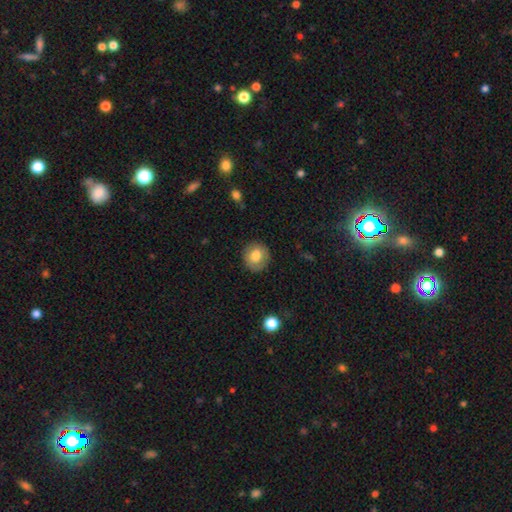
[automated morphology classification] Smooth or featured?
  - smooth: 77% *
  - featured or disk: 14%
  - star or artifact: 8%
How rounded?
  - round: 85% *
  - in between: 14%
  - cigar-shaped: 1%
Merging?
  - none: 87% *
  - minor disturbance: 9%
  - major disturbance: 2%
  - merger: 1%